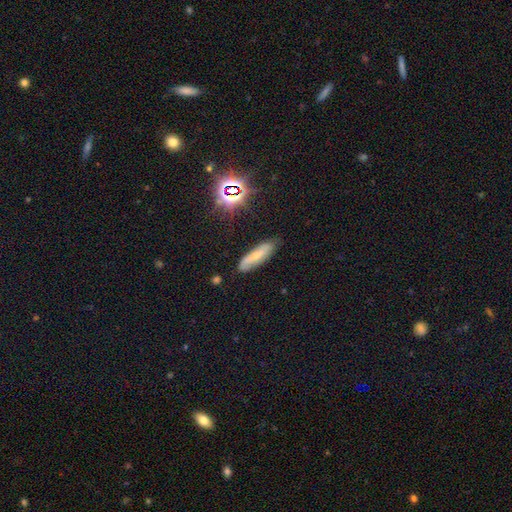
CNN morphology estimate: This is possibly a smooth galaxy (46%). Merging: likely none (78%).